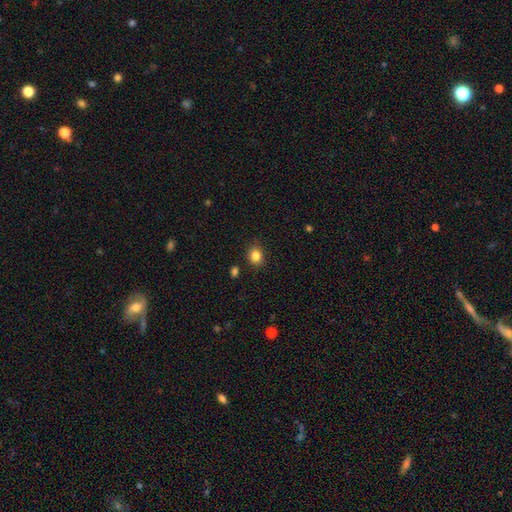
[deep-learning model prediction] Smooth or featured? smooth (84%)
How rounded? round (67%)
Merging? none (83%)